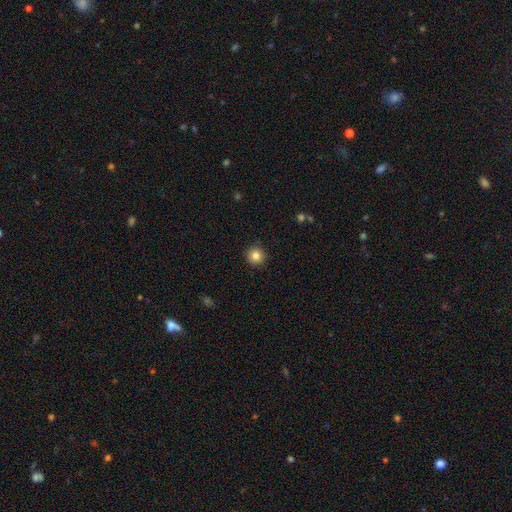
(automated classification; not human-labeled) A smooth galaxy with no disk features (83%) that is round (94%).

Vote fractions:
- Smooth or featured? smooth: 83% / star or artifact: 10% / featured or disk: 7%
- How rounded? round: 94% / in between: 5% / cigar-shaped: 1%
- Merging? none: 91% / minor disturbance: 6% / major disturbance: 2% / merger: 1%